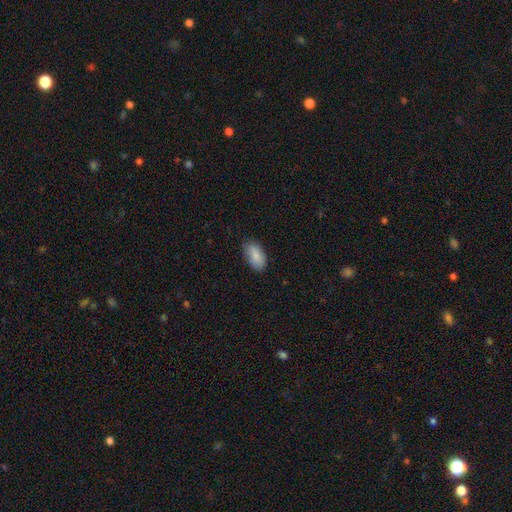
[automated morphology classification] Smooth or featured? Predicted: smooth (p=0.86). How rounded? Predicted: in between (p=0.94). Merging? Predicted: none (p=0.78).